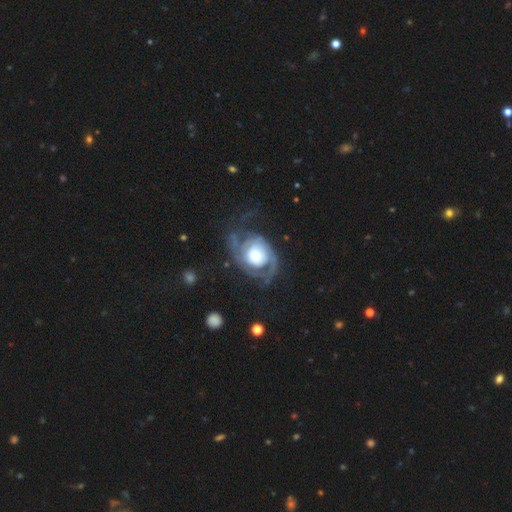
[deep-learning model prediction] Morphology: type=featured or disk (81%); edge-on=no (97%); bar=no (76%); spiral arms=yes (90%); winding=tight (42%); arm count=2 (54%); bulge=large (39%); merging=none (50%).